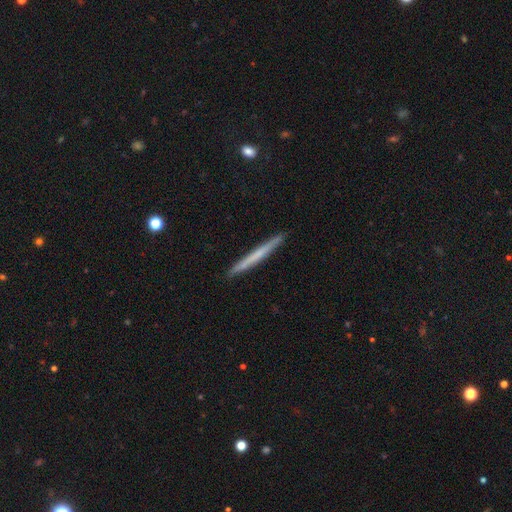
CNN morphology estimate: This appears to be a smooth galaxy with no disk features (52%) that is cigar-shaped (97%). Merging: none (92%).